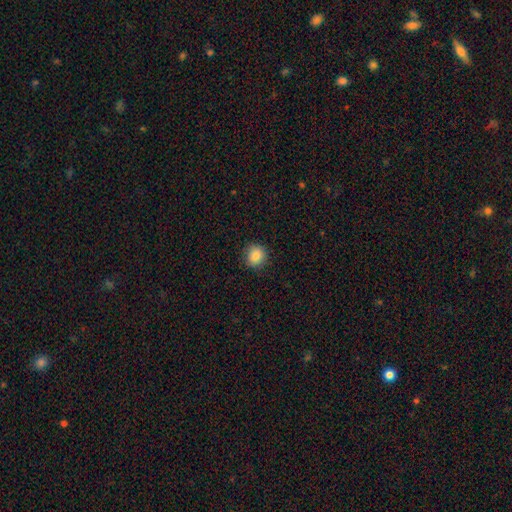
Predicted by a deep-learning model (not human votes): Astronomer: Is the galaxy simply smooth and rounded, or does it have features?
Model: smooth — 84%.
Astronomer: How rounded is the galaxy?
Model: round — 88%.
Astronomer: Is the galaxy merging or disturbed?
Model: none — 89%.